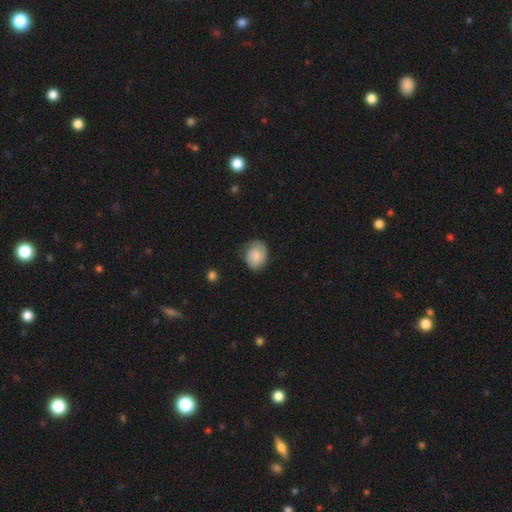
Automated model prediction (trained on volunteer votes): The model was most divided on "how rounded": in between: 50%, round: 49%, cigar-shaped: 1%. More confident: merging — none (63%); smooth or featured — smooth (61%).